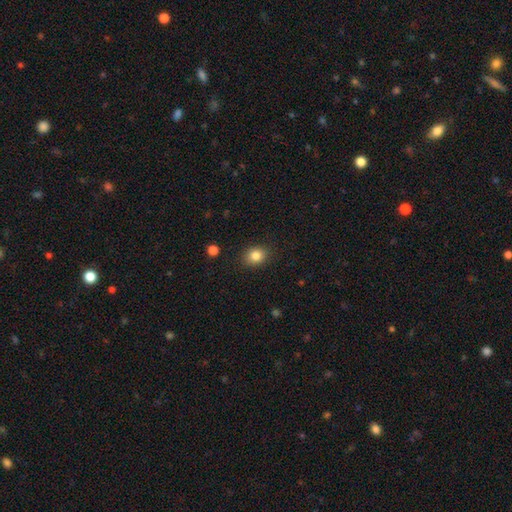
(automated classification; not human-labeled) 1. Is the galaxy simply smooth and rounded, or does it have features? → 84% smooth, 10% star or artifact, 6% featured or disk.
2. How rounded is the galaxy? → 62% round, 37% in between, 1% cigar-shaped.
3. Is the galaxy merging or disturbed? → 88% none, 8% minor disturbance, 2% major disturbance, 1% merger.